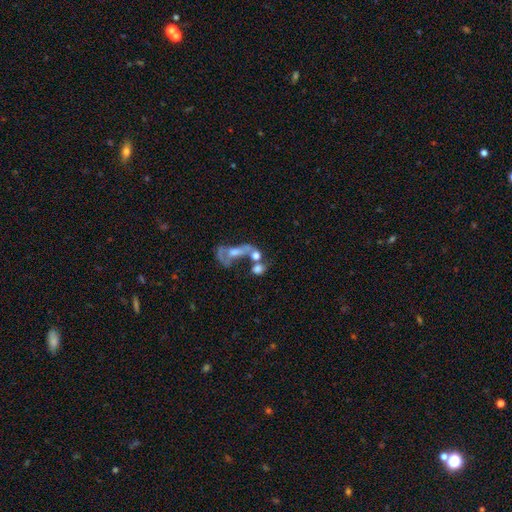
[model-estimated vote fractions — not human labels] Smooth or featured? Predicted: smooth (p=0.55). How rounded? Predicted: in between (p=0.48). Merging? Predicted: merger (p=0.57).